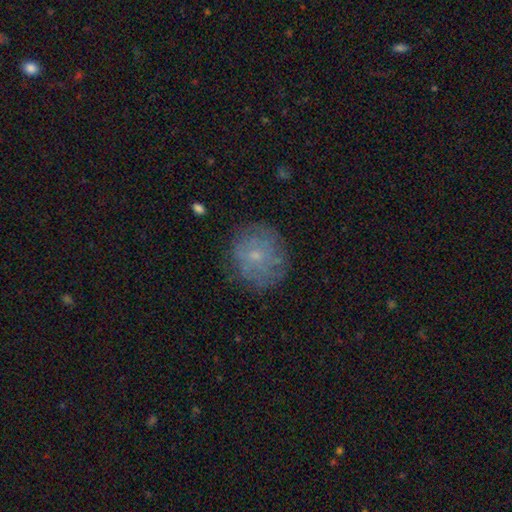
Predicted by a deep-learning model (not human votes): Overall: smooth (44%; featured or disk 42%). Merging: none (79%).